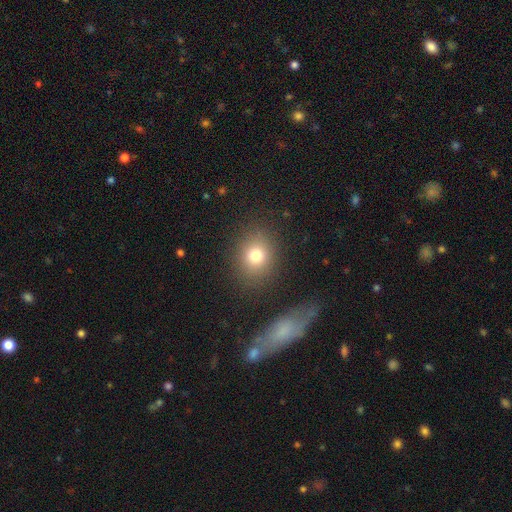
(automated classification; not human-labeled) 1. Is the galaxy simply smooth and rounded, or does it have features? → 76% smooth, 14% star or artifact, 10% featured or disk.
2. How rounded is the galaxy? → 63% round, 35% in between, 1% cigar-shaped.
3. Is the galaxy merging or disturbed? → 83% none, 10% minor disturbance, 4% major disturbance, 3% merger.